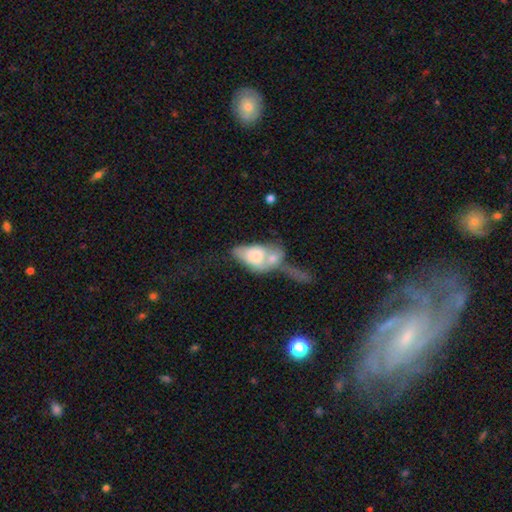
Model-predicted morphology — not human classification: Smooth or featured? smooth (61%)
How rounded? in between (85%)
Merging? merger (67%)